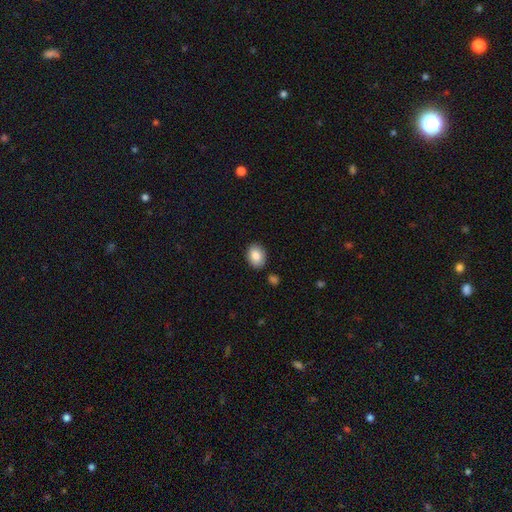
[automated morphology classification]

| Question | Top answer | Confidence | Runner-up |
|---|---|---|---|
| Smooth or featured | smooth | 86% | featured or disk (7%) |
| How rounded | in between | 69% | round (30%) |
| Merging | none | 85% | minor disturbance (10%) |